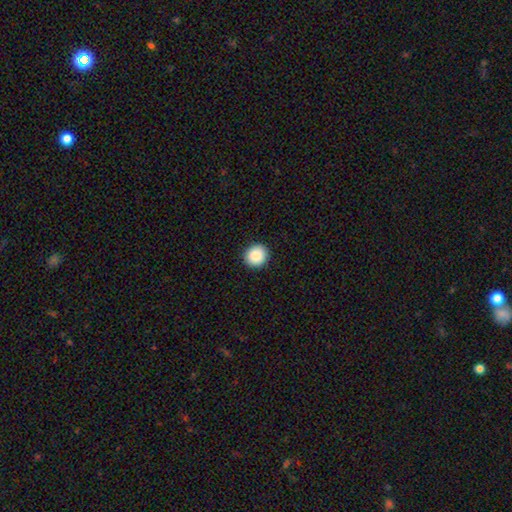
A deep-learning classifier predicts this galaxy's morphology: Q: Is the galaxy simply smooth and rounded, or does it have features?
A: smooth — 87%.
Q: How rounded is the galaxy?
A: round — 88%.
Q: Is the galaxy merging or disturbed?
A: none — 92%.